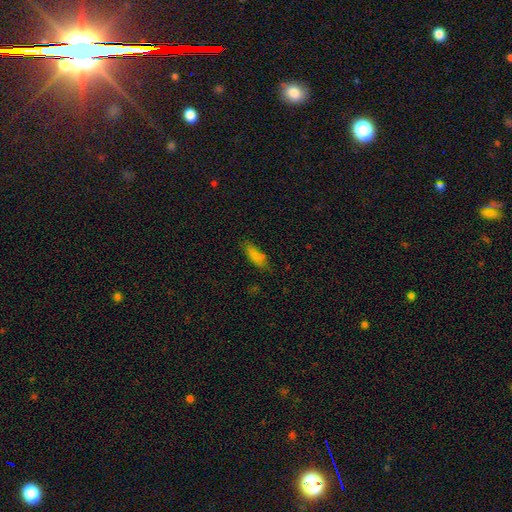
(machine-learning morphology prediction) smooth_or_featured: smooth (p=0.82) [alt: star or artifact p=0.10]
how_rounded: in between (p=0.68) [alt: cigar-shaped p=0.30]
merging: none (p=0.73) [alt: minor disturbance p=0.20]